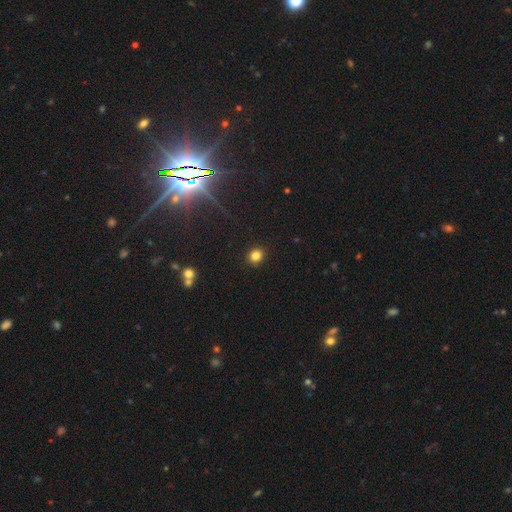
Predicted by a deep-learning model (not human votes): Overall: smooth (83%). How rounded: round (68%; in between 31%). Merging: none (91%).